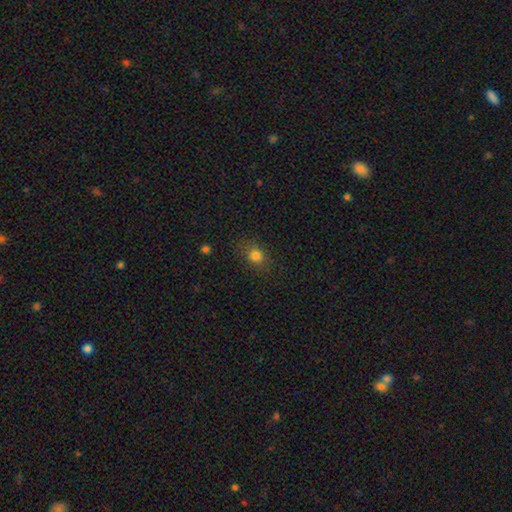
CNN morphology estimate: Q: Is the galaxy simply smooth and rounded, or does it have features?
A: smooth — 81%.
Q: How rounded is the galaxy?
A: round — 52%.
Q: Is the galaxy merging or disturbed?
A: none — 80%.